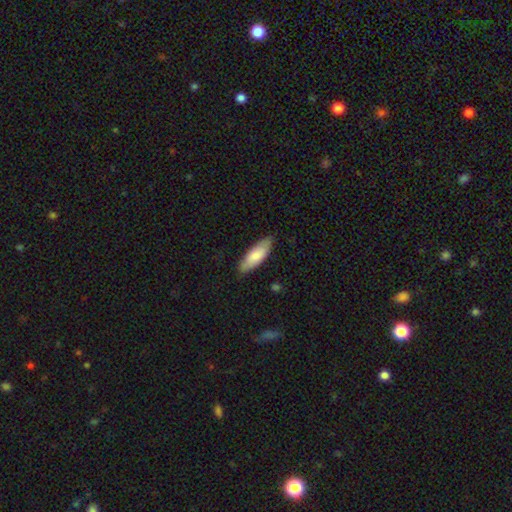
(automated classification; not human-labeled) Smooth or featured?
  - smooth: 78% *
  - featured or disk: 17%
  - star or artifact: 5%
How rounded?
  - in between: 60% *
  - cigar-shaped: 38%
  - round: 2%
Merging?
  - none: 83% *
  - minor disturbance: 13%
  - major disturbance: 2%
  - merger: 1%